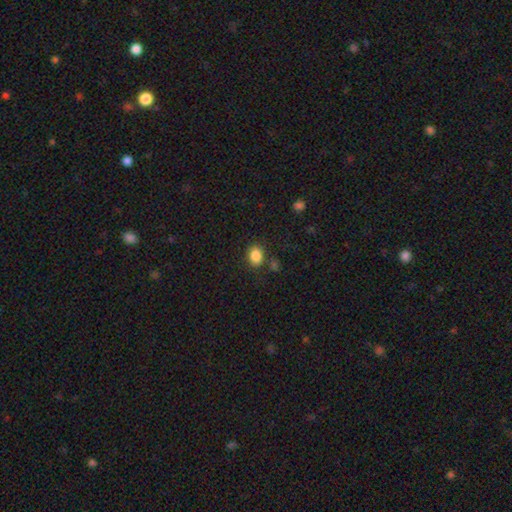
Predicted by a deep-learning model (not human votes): Q: Smooth or featured?
A: smooth (85%); runner-up: star or artifact (10%)
Q: How rounded?
A: in between (57%); runner-up: round (42%)
Q: Merging?
A: none (79%); runner-up: minor disturbance (11%)